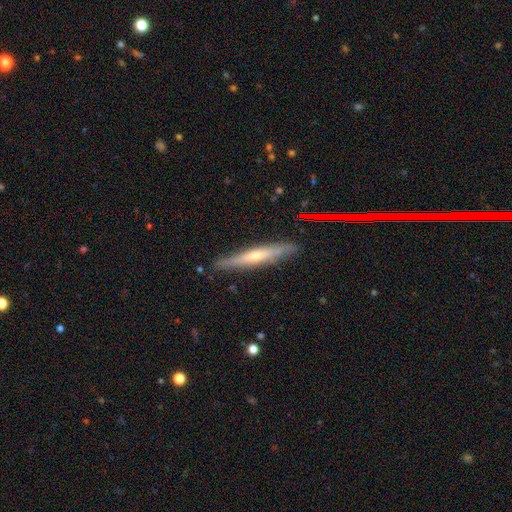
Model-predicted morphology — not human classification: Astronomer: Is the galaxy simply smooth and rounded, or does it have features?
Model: featured or disk — 56% (runner-up: smooth, 37%).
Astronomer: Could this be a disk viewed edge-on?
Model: yes — 92%.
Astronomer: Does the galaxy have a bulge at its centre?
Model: rounded — 66%.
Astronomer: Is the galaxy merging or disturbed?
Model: none — 87%.